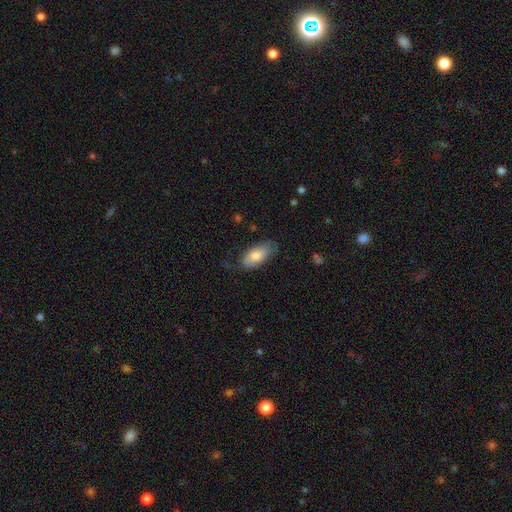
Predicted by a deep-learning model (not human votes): smooth_or_featured: smooth (p=0.77) [alt: featured or disk p=0.16]
how_rounded: in between (p=0.89) [alt: cigar-shaped p=0.09]
merging: none (p=0.70) [alt: minor disturbance p=0.23]